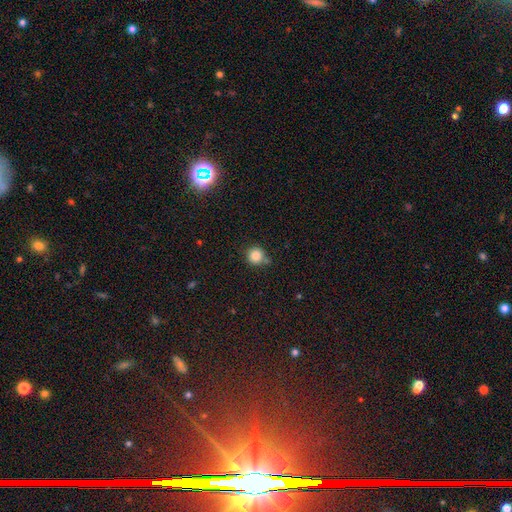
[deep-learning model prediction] Smooth or featured: smooth — 84% (star or artifact — 12%)
How rounded: round — 92% (in between — 7%)
Merging: none — 69% (minor disturbance — 19%)